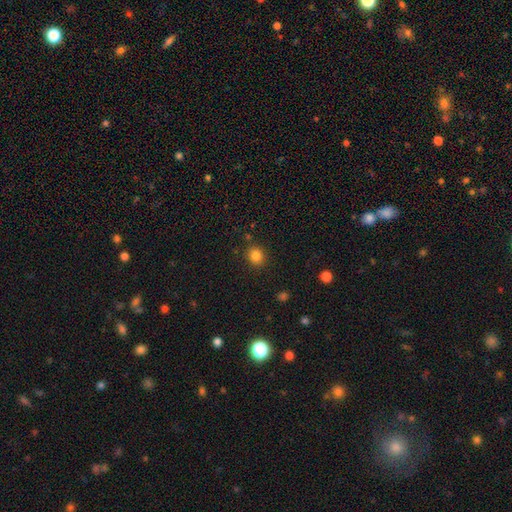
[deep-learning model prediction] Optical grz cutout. It shows a smooth galaxy with no disk features (84%) that is round (74%). Merging: none (87%).